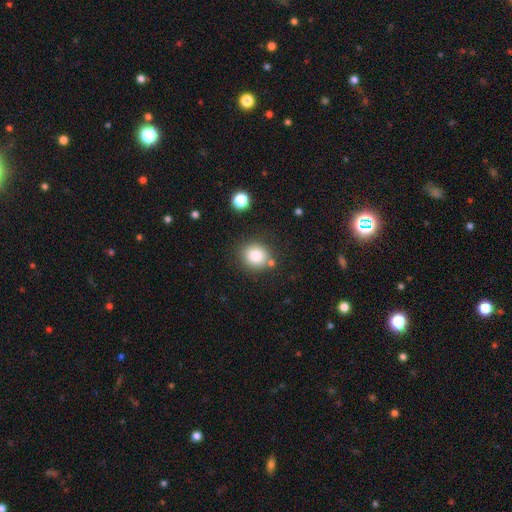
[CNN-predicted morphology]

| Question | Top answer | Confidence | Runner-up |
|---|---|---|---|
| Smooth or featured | smooth | 84% | star or artifact (10%) |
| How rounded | round | 82% | in between (17%) |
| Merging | none | 78% | minor disturbance (11%) |